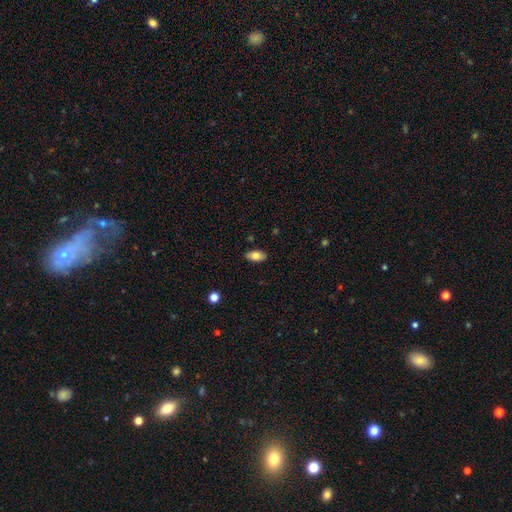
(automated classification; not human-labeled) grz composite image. It shows a smooth galaxy with no disk features (81%) that is in between round and cigar-shaped (92%). Merging: none (86%).